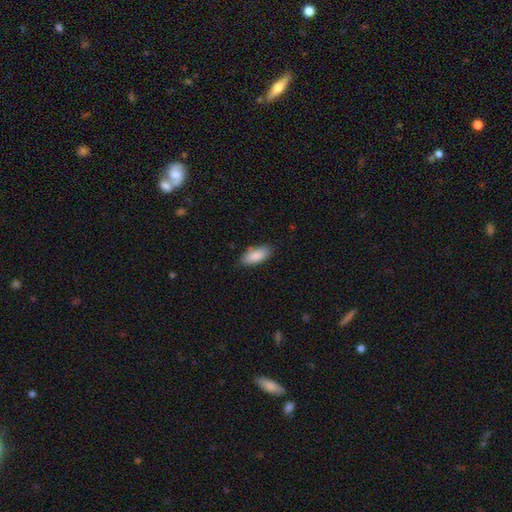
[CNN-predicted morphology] A smooth galaxy with no disk features (88%) that is in between round and cigar-shaped (84%).

Vote fractions:
- Smooth or featured? smooth: 88% / featured or disk: 6% / star or artifact: 6%
- How rounded? in between: 84% / cigar-shaped: 14% / round: 2%
- Merging? none: 82% / minor disturbance: 14% / major disturbance: 3% / merger: 2%